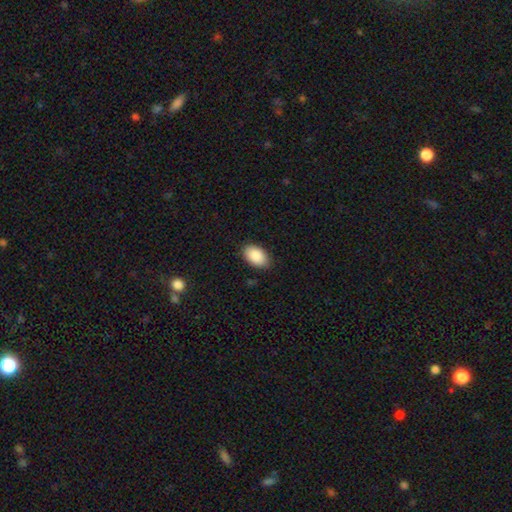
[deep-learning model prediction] Smooth or featured? Predicted: smooth (p=0.90). How rounded? Predicted: in between (p=0.93). Merging? Predicted: none (p=0.86).